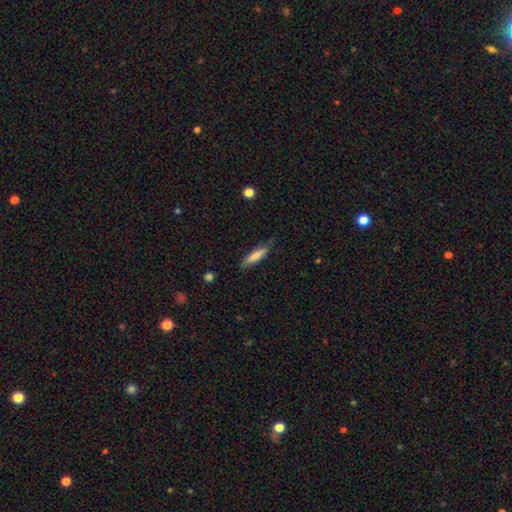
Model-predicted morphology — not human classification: type=smooth (65%); roundness=cigar-shaped (78%); merging=none (77%).